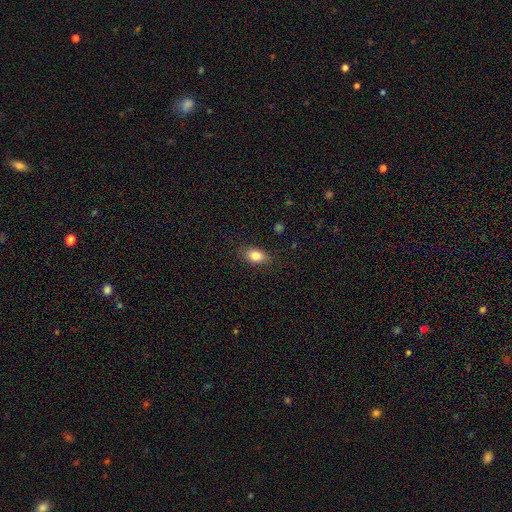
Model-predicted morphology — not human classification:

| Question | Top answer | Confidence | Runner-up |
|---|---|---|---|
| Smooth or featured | smooth | 83% | featured or disk (9%) |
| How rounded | in between | 85% | round (12%) |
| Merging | none | 83% | minor disturbance (13%) |